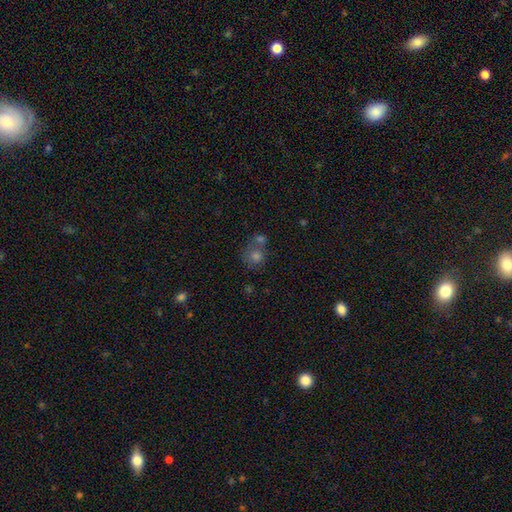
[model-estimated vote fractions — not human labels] Smooth or featured?
  - smooth: 62% *
  - star or artifact: 21%
  - featured or disk: 18%
How rounded?
  - round: 82% *
  - in between: 17%
  - cigar-shaped: 1%
Merging?
  - none: 47% *
  - merger: 37%
  - minor disturbance: 11%
  - major disturbance: 6%